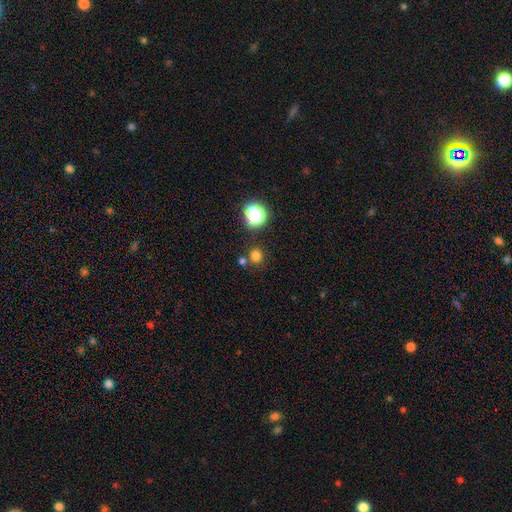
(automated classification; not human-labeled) smooth-or-featured: smooth: 75% | star or artifact: 20% | featured or disk: 5%
  how-rounded: round: 88% | in between: 11% | cigar-shaped: 1%
  merging: none: 76% | merger: 13% | minor disturbance: 8% | major disturbance: 3%